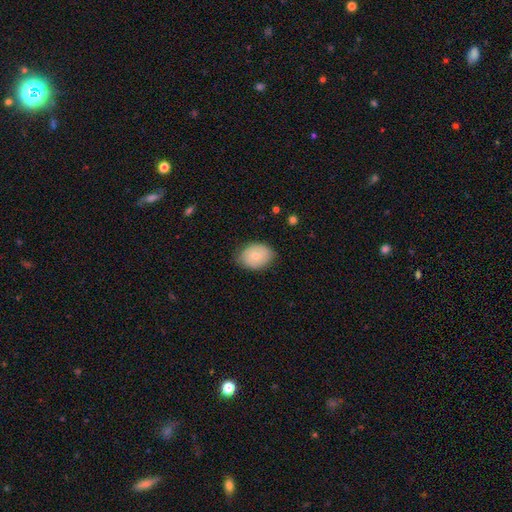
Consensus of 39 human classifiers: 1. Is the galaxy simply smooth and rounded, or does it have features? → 62% smooth, 36% featured or disk, 3% star or artifact.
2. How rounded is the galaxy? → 88% in between, 12% round, 0% cigar-shaped.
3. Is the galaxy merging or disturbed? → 84% none, 11% minor disturbance, 5% major disturbance, 0% merger.